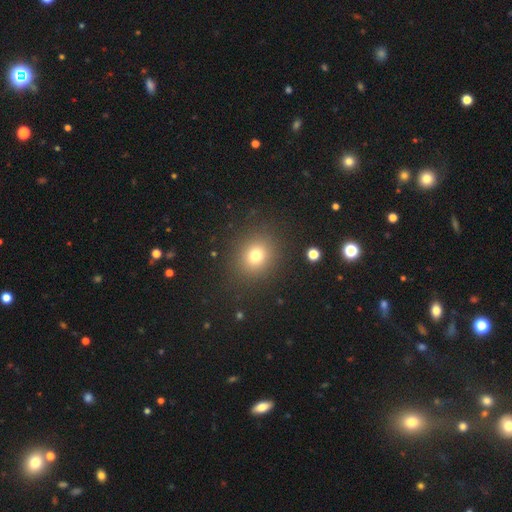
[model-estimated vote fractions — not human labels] Smooth or featured: smooth — 75% (star or artifact — 16%)
How rounded: round — 74% (in between — 26%)
Merging: none — 87% (minor disturbance — 7%)